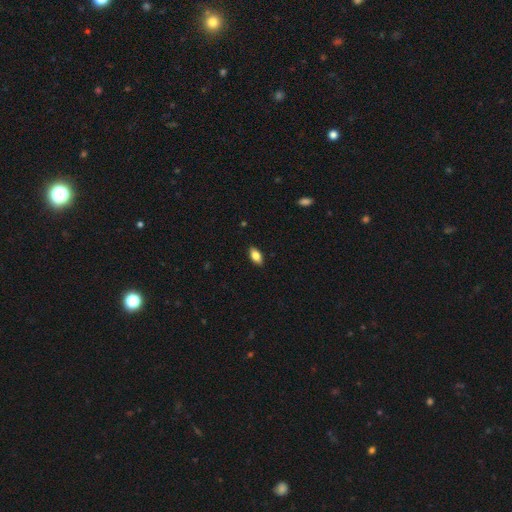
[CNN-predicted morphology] This is clearly a smooth galaxy (81%). How rounded: clearly in between (90%). Merging: clearly none (88%).